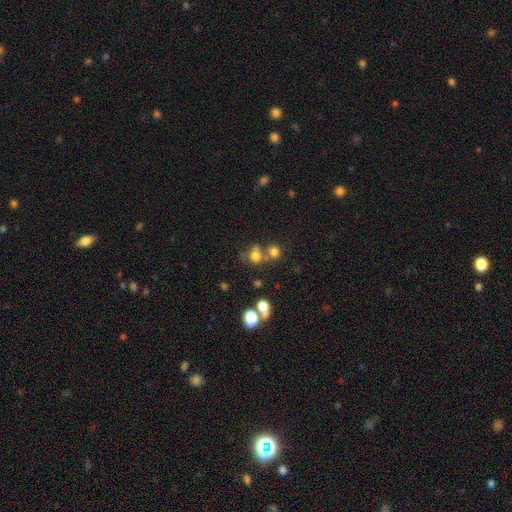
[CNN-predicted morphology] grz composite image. It shows a smooth galaxy with no disk features (69%) that is round (70%). Merging: none (45%).